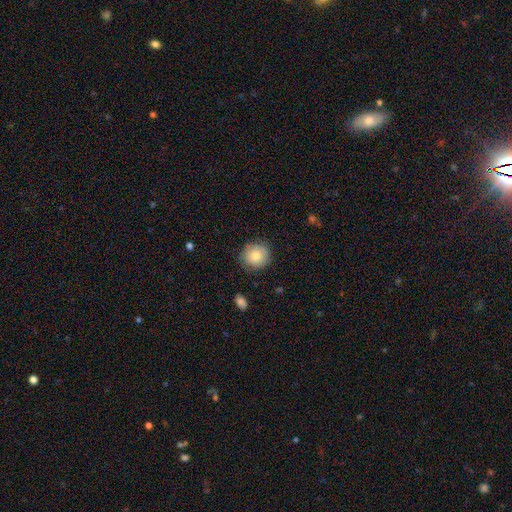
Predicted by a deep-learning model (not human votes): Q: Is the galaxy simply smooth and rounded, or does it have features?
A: smooth — 82%.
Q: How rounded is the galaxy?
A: round — 88%.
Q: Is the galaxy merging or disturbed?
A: none — 85%.